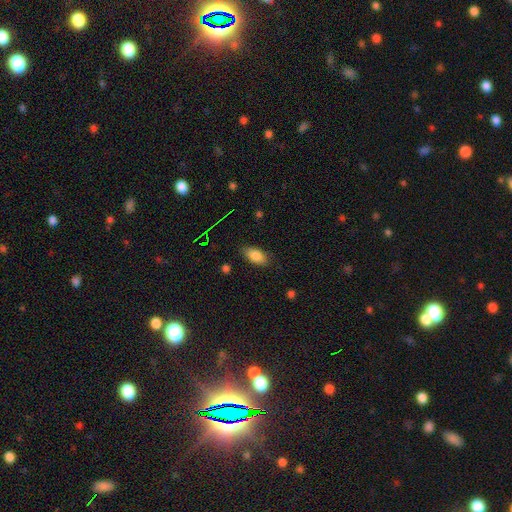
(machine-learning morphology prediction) Smooth or featured? Predicted: smooth (p=0.84). How rounded? Predicted: in between (p=0.89). Merging? Predicted: none (p=0.82).